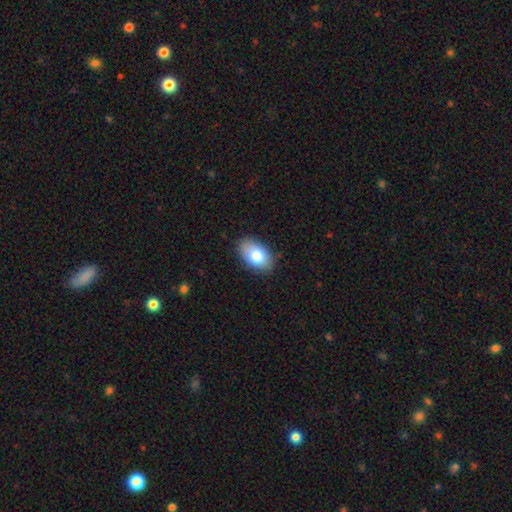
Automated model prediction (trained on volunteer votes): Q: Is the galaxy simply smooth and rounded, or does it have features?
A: smooth — 80%.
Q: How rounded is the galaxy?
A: in between — 92%.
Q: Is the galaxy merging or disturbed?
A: none — 86%.